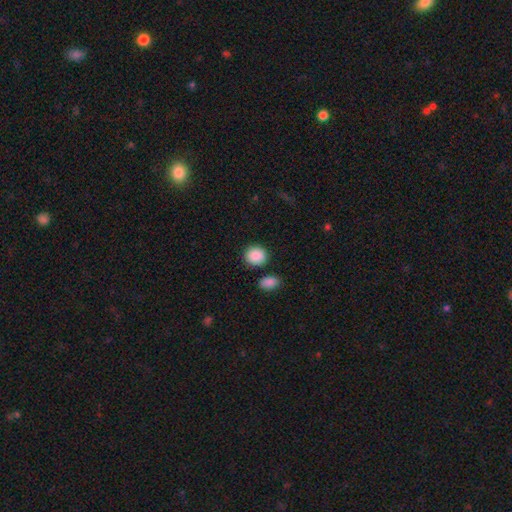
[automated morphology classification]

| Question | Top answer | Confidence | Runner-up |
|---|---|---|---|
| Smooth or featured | smooth | 89% | star or artifact (7%) |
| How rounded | round | 83% | in between (16%) |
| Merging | none | 83% | minor disturbance (9%) |